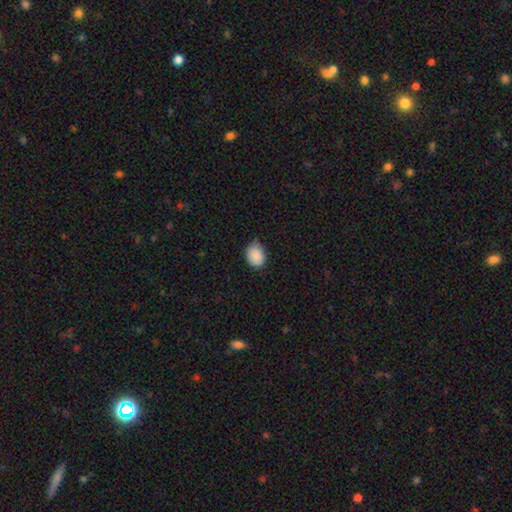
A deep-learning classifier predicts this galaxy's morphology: Smooth or featured? smooth (88%)
How rounded? in between (58%)
Merging? none (62%)